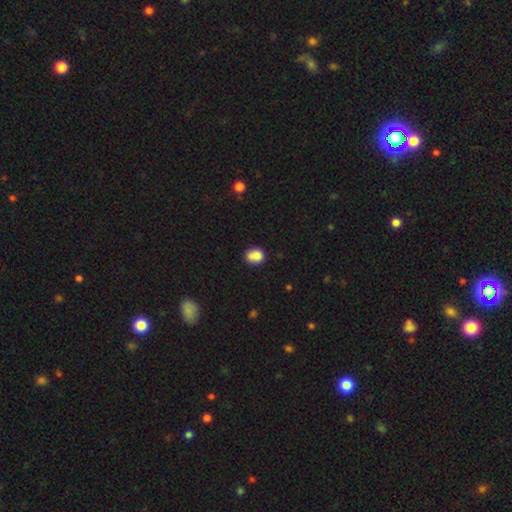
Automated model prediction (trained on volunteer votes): Overall: smooth (78%). How rounded: round (58%; in between 41%). Merging: none (45%; merger 32%).